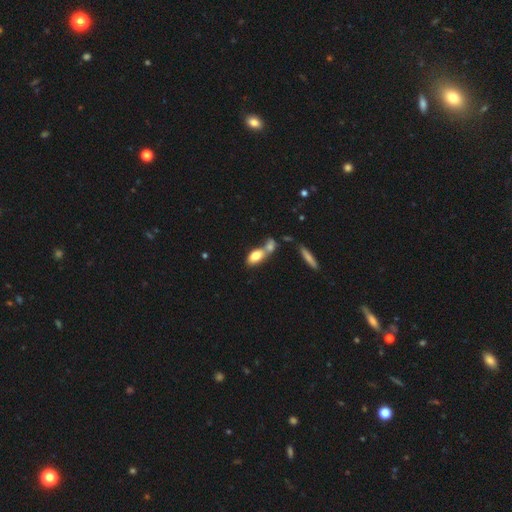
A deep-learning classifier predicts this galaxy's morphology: A smooth galaxy with no disk features (75%) that is in between round and cigar-shaped (82%).

Vote fractions:
- Smooth or featured? smooth: 75% / featured or disk: 17% / star or artifact: 8%
- How rounded? in between: 82% / cigar-shaped: 12% / round: 6%
- Merging? merger: 51% / none: 34% / minor disturbance: 10% / major disturbance: 5%